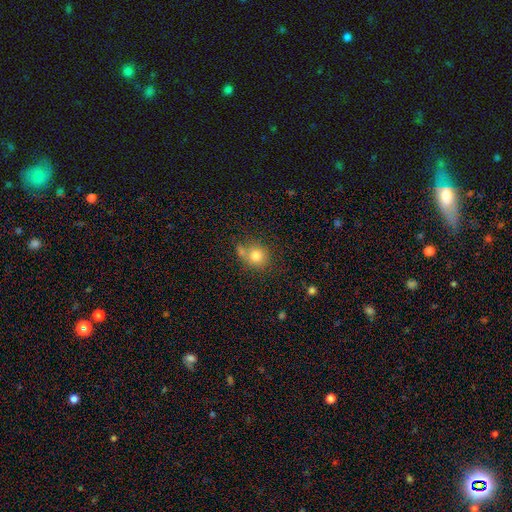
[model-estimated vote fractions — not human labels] A smooth galaxy with no disk features (79%) that is round (81%). Merging: none (57%).